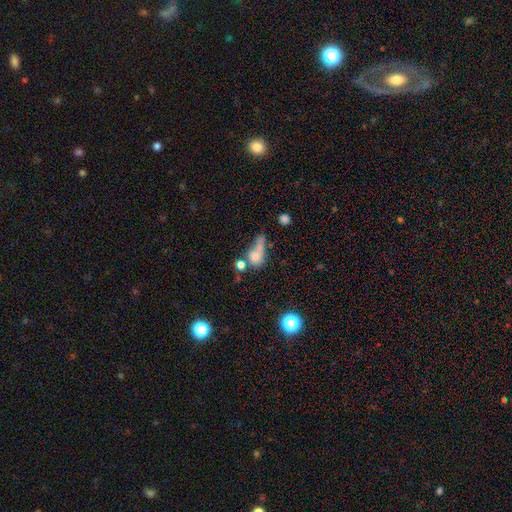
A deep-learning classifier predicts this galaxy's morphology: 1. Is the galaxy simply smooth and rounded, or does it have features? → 65% smooth, 20% featured or disk, 15% star or artifact.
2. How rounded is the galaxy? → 47% in between, 39% round, 14% cigar-shaped.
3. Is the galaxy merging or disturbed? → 32% merger, 26% none, 26% major disturbance, 16% minor disturbance.